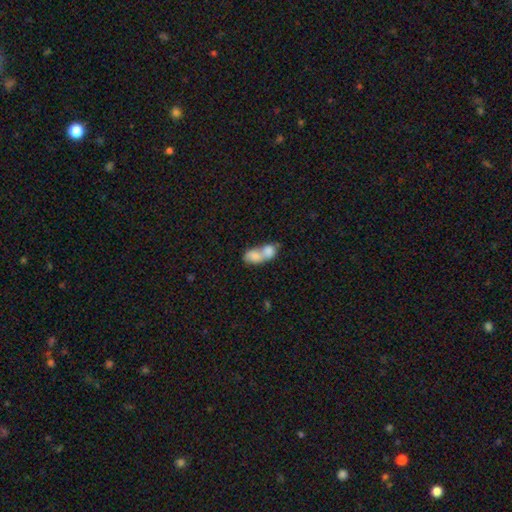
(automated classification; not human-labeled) Q: Smooth or featured?
A: smooth (74%); runner-up: featured or disk (18%)
Q: How rounded?
A: in between (75%); runner-up: round (21%)
Q: Merging?
A: merger (81%); runner-up: none (11%)